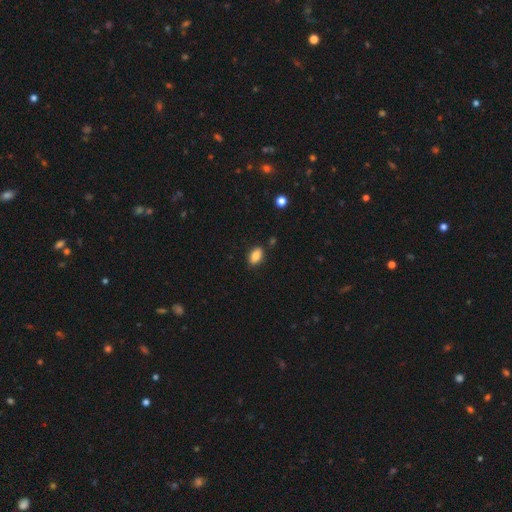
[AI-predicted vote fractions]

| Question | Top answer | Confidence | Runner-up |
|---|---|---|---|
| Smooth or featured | smooth | 85% | star or artifact (8%) |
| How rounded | in between | 90% | round (7%) |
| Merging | none | 85% | minor disturbance (11%) |